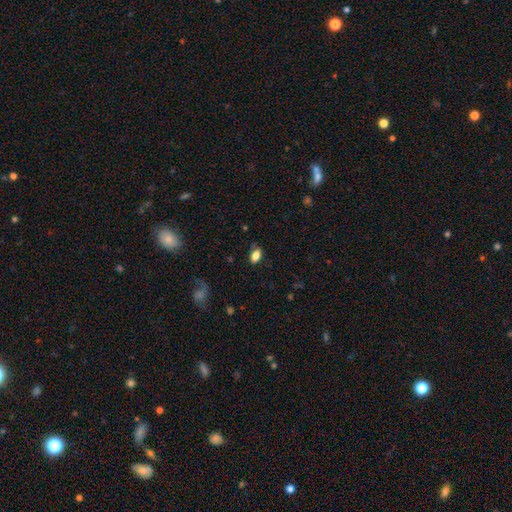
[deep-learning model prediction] Smooth or featured? Predicted: smooth (p=0.82). How rounded? Predicted: in between (p=0.89). Merging? Predicted: none (p=0.79).